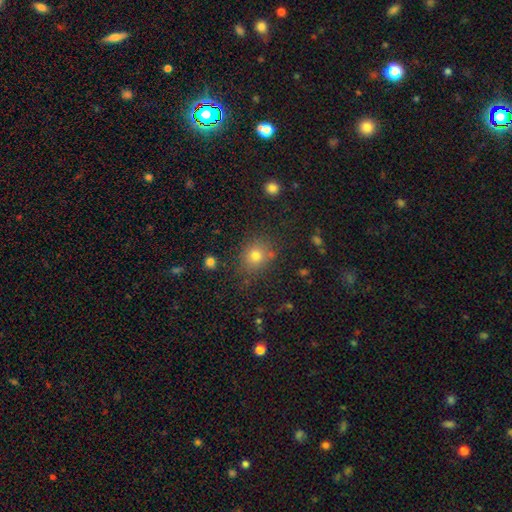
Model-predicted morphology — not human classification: Smooth or featured? smooth (76%)
How rounded? round (72%)
Merging? none (78%)